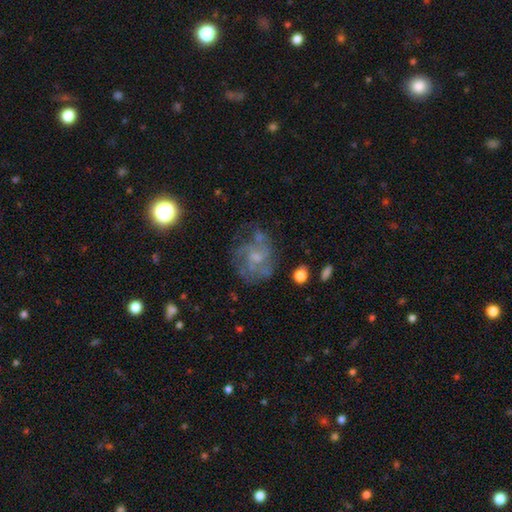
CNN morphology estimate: Smooth or featured: featured or disk — 70% (smooth — 18%)
Edge-on disk: no — 98% (yes — 2%)
Bar: no — 65% (weak — 31%)
Spiral arms: yes — 81% (no — 19%)
Spiral winding: medium — 45% (tight — 36%)
Spiral arm count: can't tell — 36% (3 — 25%)
Bulge size: small — 47% (moderate — 30%)
Merging: none — 62% (minor disturbance — 19%)